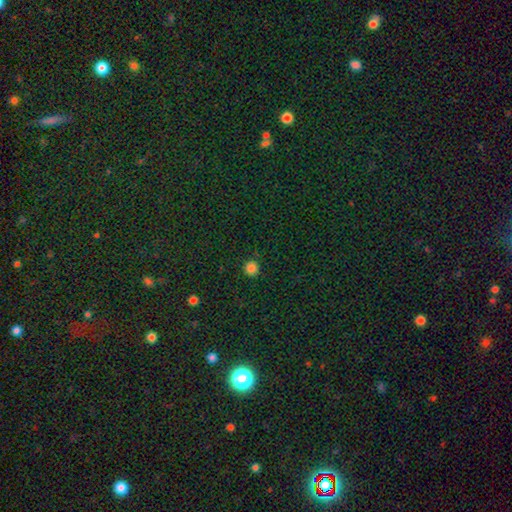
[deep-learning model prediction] This appears to be a star or artifact, not a galaxy (73%).